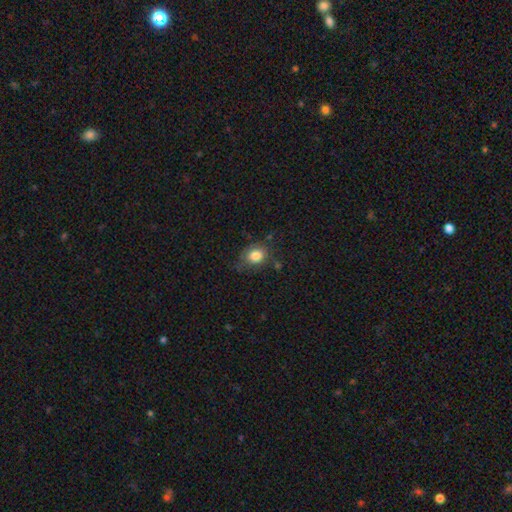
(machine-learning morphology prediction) This appears to be a smooth galaxy with no disk features (82%) that is round (53%). Merging: none (64%).